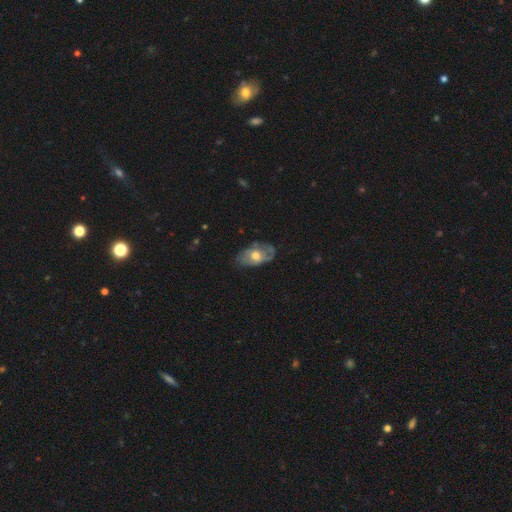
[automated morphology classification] This appears to be a featured or disk galaxy (55%) with no bar (78%), spiral arms (56%) and a moderate central bulge (67%). Merging: none (62%).